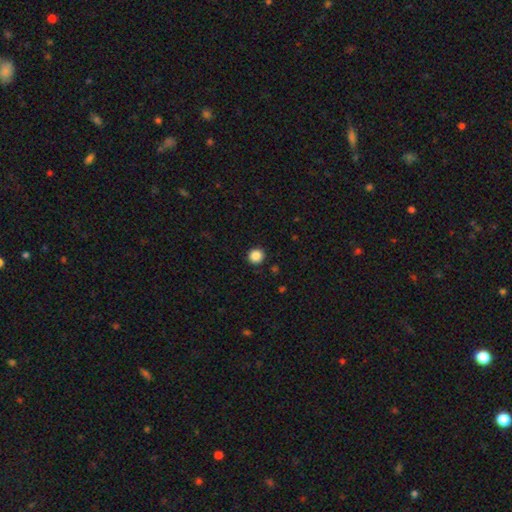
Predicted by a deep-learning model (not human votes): This is clearly a smooth galaxy (87%). How rounded: clearly round (95%). Merging: clearly none (92%).